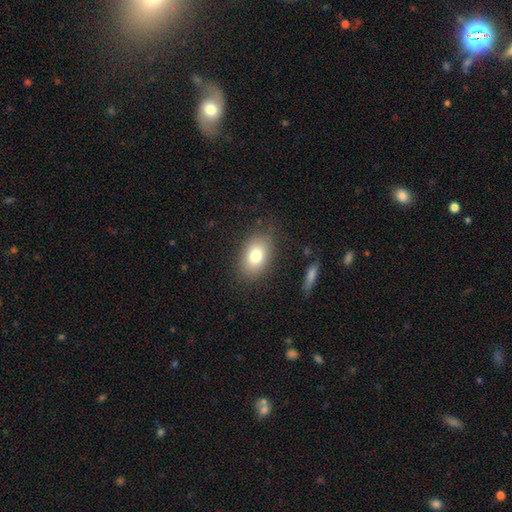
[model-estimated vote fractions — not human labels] Smooth or featured? Predicted: smooth (p=0.77). How rounded? Predicted: in between (p=0.82). Merging? Predicted: none (p=0.81).